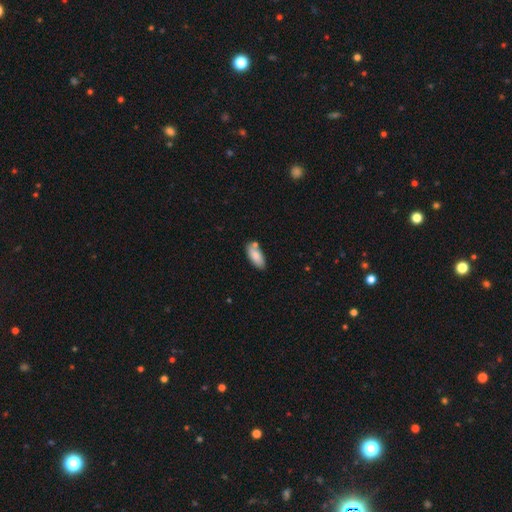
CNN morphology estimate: Smooth or featured? smooth (83%)
How rounded? in between (84%)
Merging? none (69%)